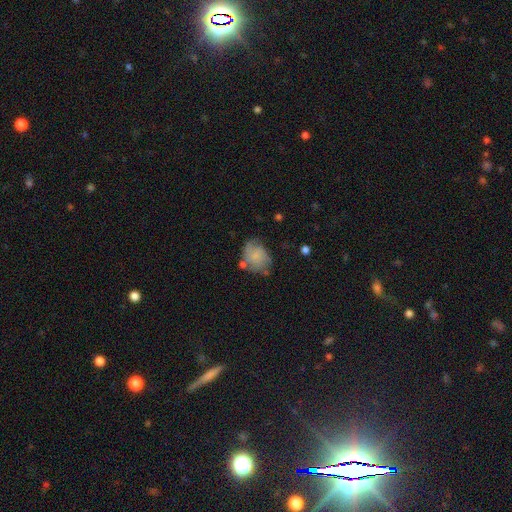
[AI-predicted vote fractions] Smooth or featured? Predicted: smooth (p=0.55). How rounded? Predicted: round (p=0.50). Merging? Predicted: none (p=0.51).